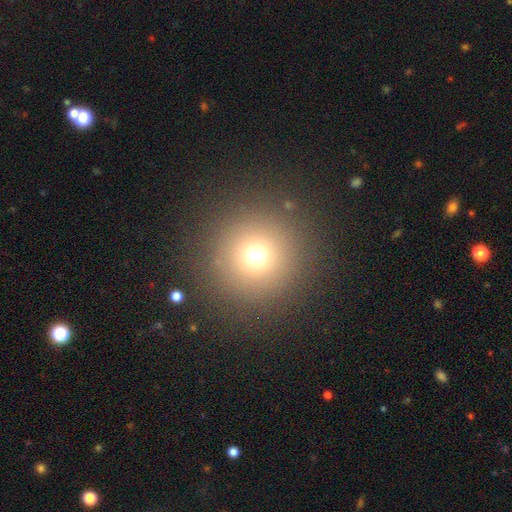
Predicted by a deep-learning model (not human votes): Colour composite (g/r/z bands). It shows a smooth galaxy with no disk features (69%) that is round (96%). Merging: none (89%).